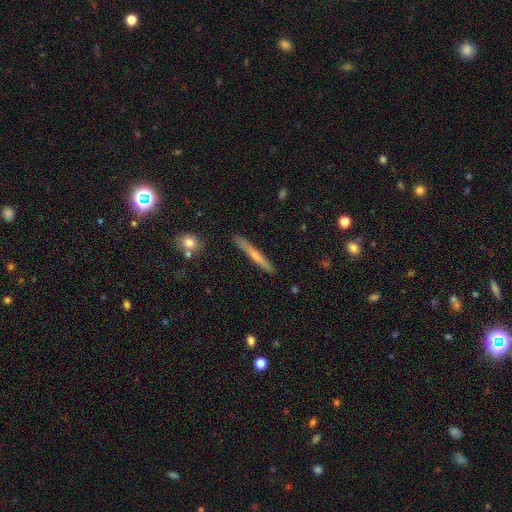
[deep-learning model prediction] A smooth galaxy with no disk features (55%) that is cigar-shaped (96%). Merging: none (89%).